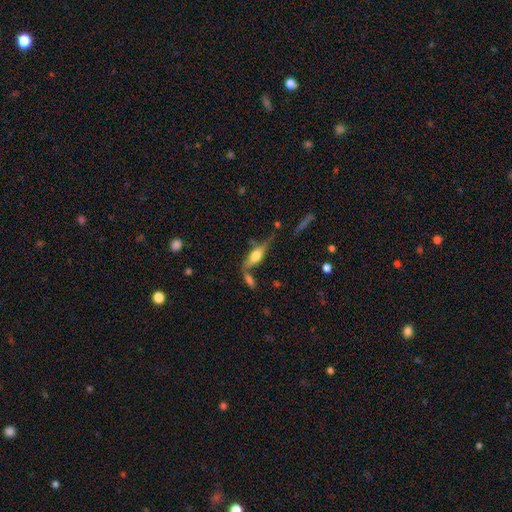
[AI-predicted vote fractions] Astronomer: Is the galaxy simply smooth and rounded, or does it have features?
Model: featured or disk — 53% (runner-up: smooth, 39%).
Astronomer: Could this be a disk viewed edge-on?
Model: yes — 89%.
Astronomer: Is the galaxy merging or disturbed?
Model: none — 58%.